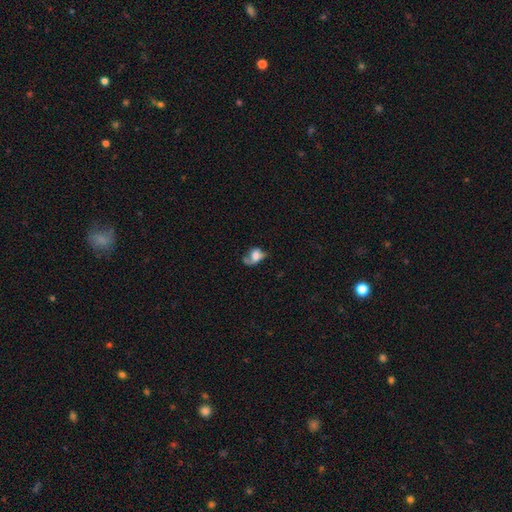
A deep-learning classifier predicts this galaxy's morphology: type=smooth (53%); roundness=in between (68%); merging=major disturbance (40%).